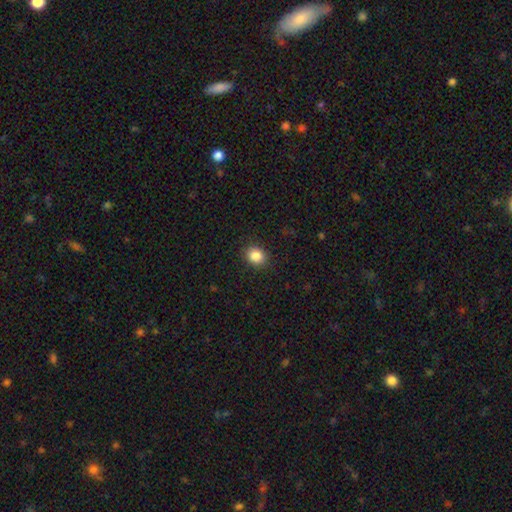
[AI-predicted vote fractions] Q: Smooth or featured?
A: smooth (86%); runner-up: star or artifact (10%)
Q: How rounded?
A: round (63%); runner-up: in between (36%)
Q: Merging?
A: none (89%); runner-up: minor disturbance (8%)